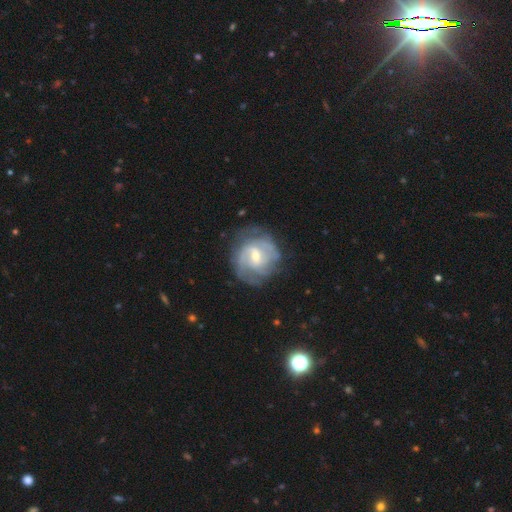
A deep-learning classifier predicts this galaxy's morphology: This appears to be a featured or disk galaxy (83%) with a weak bar (56%), 2 (43%) tight (52%) spiral arms (94%) and a moderate central bulge (49%). Merging: none (72%).